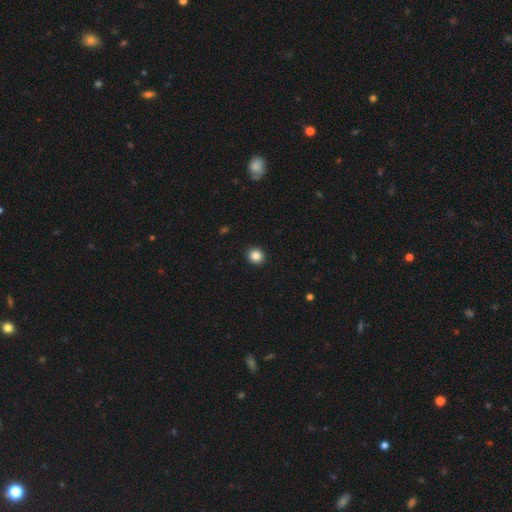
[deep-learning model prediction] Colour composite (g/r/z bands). It shows a smooth galaxy with no disk features (86%) that is round (85%). Merging: none (93%).